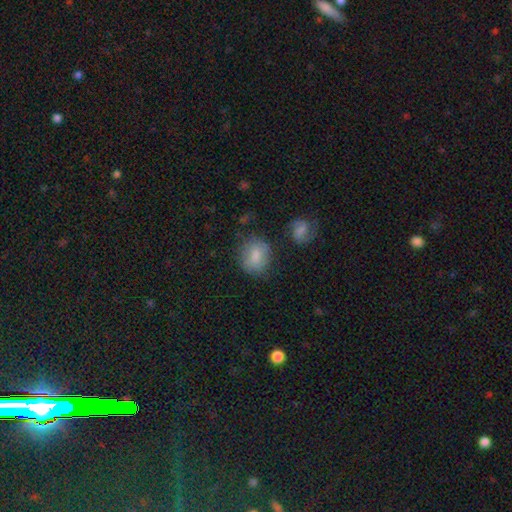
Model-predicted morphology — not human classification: Overall: smooth (77%). How rounded: round (60%; in between 39%). Merging: none (68%).